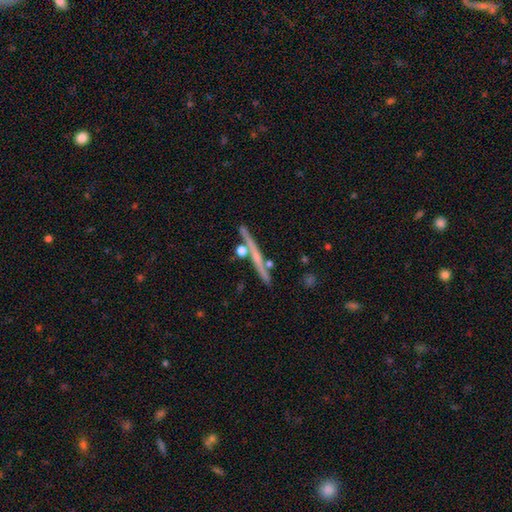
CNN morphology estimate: A featured or disk galaxy (67%) viewed edge-on (95%) with no central bulge (51%). Merging: none (78%).